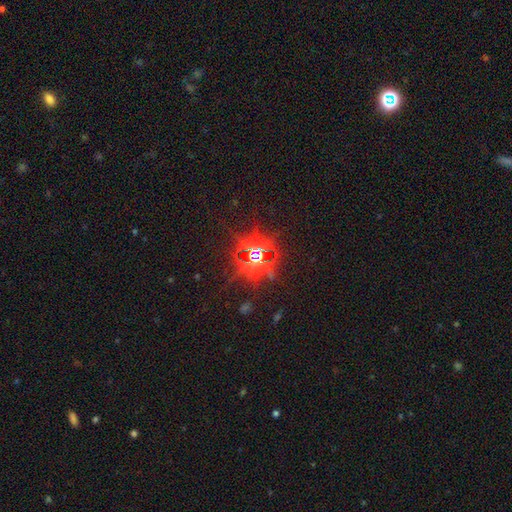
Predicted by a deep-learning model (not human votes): smooth_or_featured: star or artifact (p=0.84) [alt: smooth p=0.09]